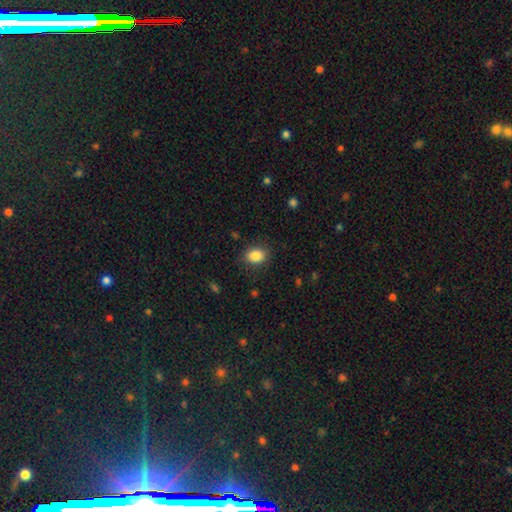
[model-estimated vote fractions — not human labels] Morphology: type=smooth (86%); roundness=in between (63%); merging=none (84%).